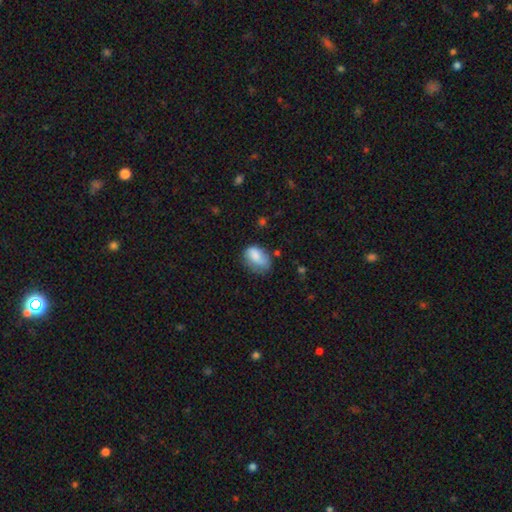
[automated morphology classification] smooth 76%, featured or disk 16%, star or artifact 8%. Down the decision tree: how rounded — in between (82%); merging — none (49%).